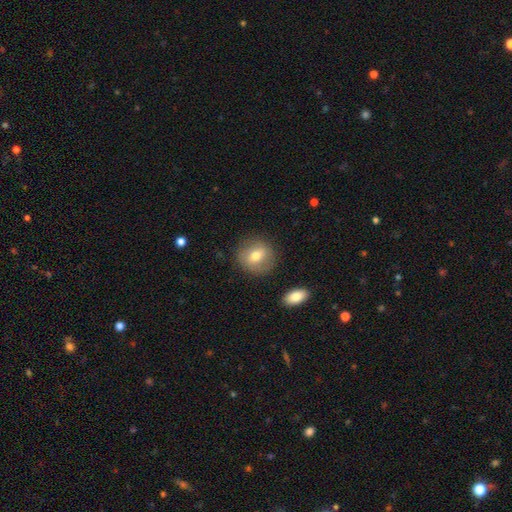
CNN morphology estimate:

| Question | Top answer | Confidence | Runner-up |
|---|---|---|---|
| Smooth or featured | smooth | 69% | featured or disk (23%) |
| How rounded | round | 82% | in between (17%) |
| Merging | none | 84% | minor disturbance (10%) |